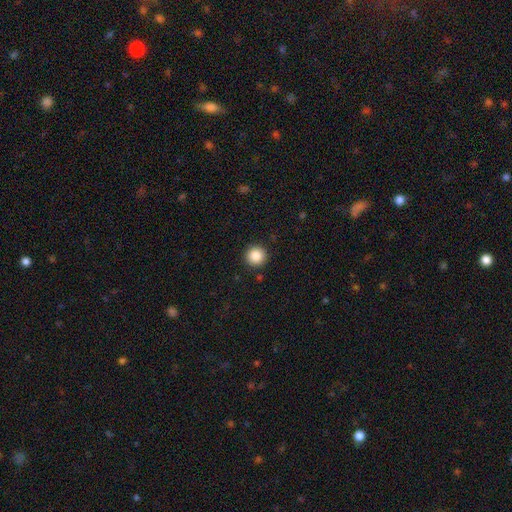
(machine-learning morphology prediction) A smooth galaxy with no disk features (87%) that is round (96%). Merging: none (92%).